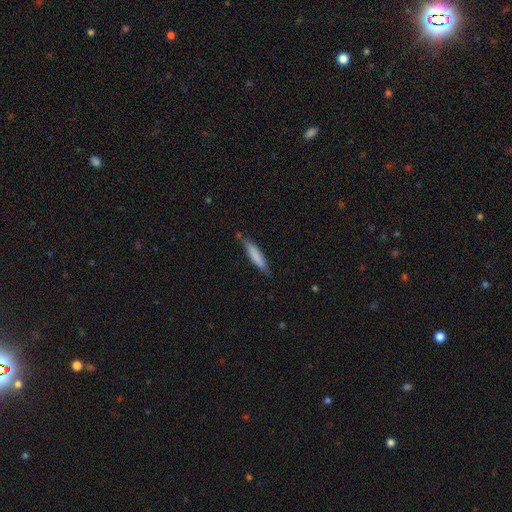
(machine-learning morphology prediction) Smooth or featured?
  - smooth: 79% *
  - featured or disk: 16%
  - star or artifact: 6%
How rounded?
  - cigar-shaped: 85% *
  - in between: 14%
  - round: 1%
Merging?
  - none: 75% *
  - minor disturbance: 19%
  - major disturbance: 3%
  - merger: 2%